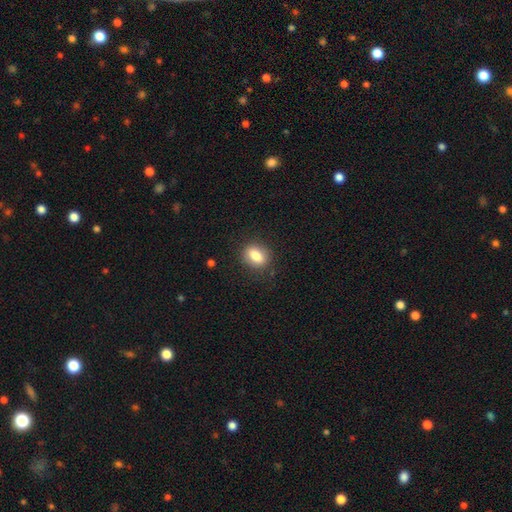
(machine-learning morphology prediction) Smooth or featured? Predicted: smooth (p=0.82). How rounded? Predicted: in between (p=0.71). Merging? Predicted: none (p=0.85).